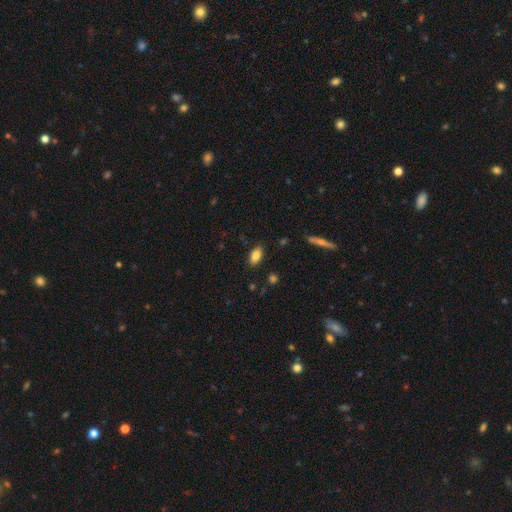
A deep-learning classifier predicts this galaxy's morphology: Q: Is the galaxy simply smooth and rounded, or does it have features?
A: smooth — 83%.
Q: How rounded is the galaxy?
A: in between — 89%.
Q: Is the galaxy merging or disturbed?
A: none — 86%.